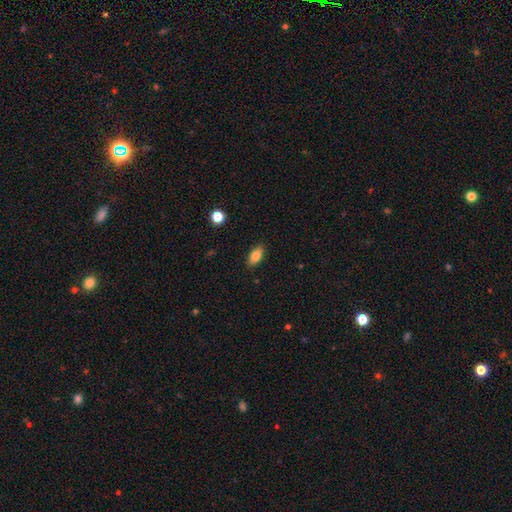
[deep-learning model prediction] Q: Smooth or featured?
A: smooth (84%); runner-up: star or artifact (8%)
Q: How rounded?
A: in between (88%); runner-up: cigar-shaped (8%)
Q: Merging?
A: none (87%); runner-up: minor disturbance (10%)